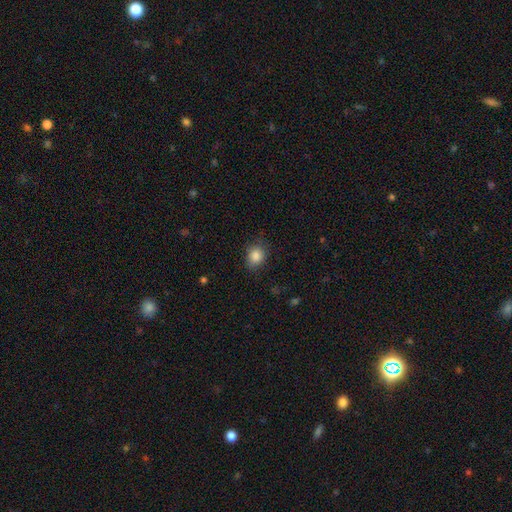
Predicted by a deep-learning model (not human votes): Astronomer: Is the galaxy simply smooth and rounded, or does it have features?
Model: smooth — 86%.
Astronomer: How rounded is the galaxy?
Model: round — 55% (runner-up: in between, 44%).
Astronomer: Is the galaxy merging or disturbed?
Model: none — 78%.